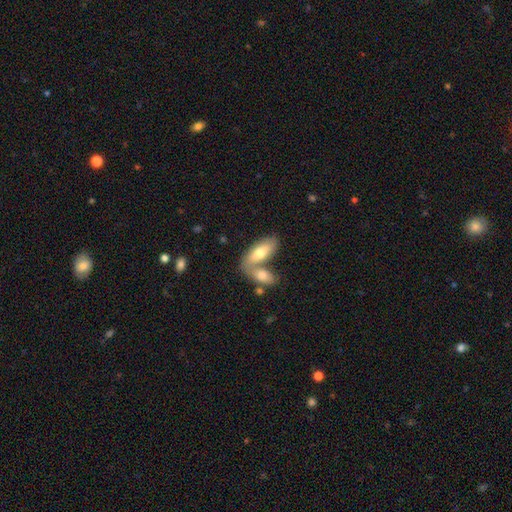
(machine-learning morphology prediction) The model was most divided on "smooth or featured": smooth: 50%, featured or disk: 39%, star or artifact: 11%. More confident: merging — merger (50%).